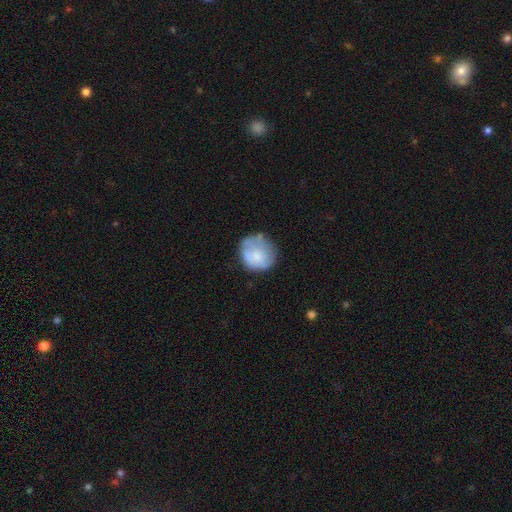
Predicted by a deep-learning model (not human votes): This appears to be a smooth galaxy with no disk features (71%) that is round (84%). Merging: none (54%).